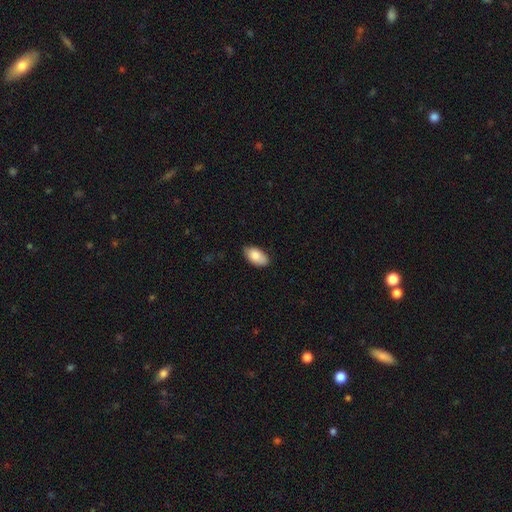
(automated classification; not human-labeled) Q: Smooth or featured?
A: smooth (86%); runner-up: featured or disk (8%)
Q: How rounded?
A: in between (95%); runner-up: round (3%)
Q: Merging?
A: none (81%); runner-up: minor disturbance (16%)